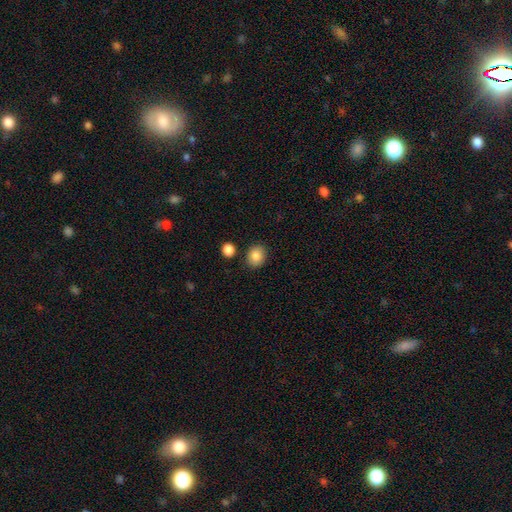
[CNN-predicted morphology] smooth 86%, star or artifact 9%, featured or disk 5%. Down the decision tree: how rounded — round (60%); merging — none (84%).